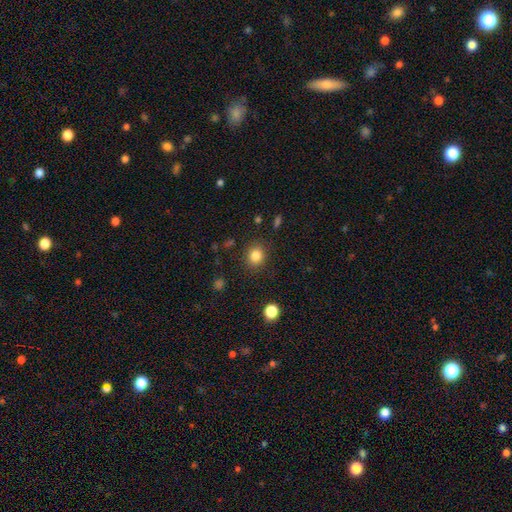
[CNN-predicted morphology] Smooth or featured? Predicted: smooth (p=0.83). How rounded? Predicted: round (p=0.75). Merging? Predicted: none (p=0.87).